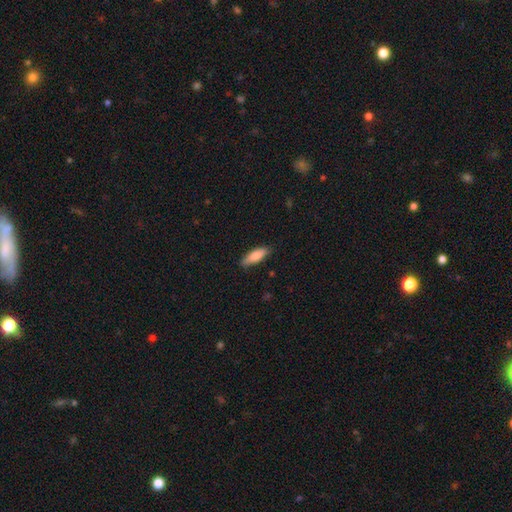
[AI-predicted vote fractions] smooth_or_featured: smooth (p=0.81) [alt: featured or disk p=0.13]
how_rounded: in between (p=0.54) [alt: cigar-shaped p=0.44]
merging: none (p=0.82) [alt: minor disturbance p=0.15]